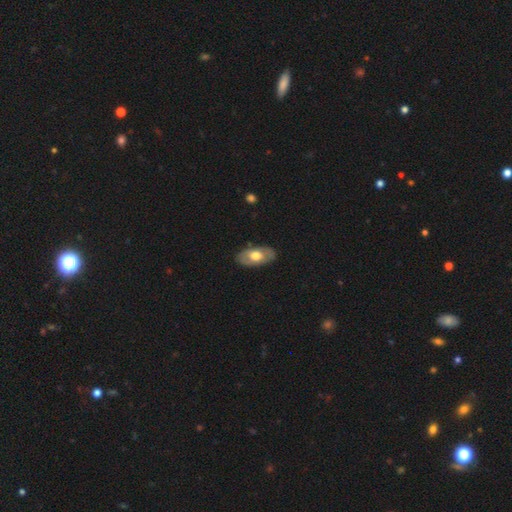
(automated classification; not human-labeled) A smooth galaxy with no disk features (54%) that is in between round and cigar-shaped (92%). Merging: none (84%).